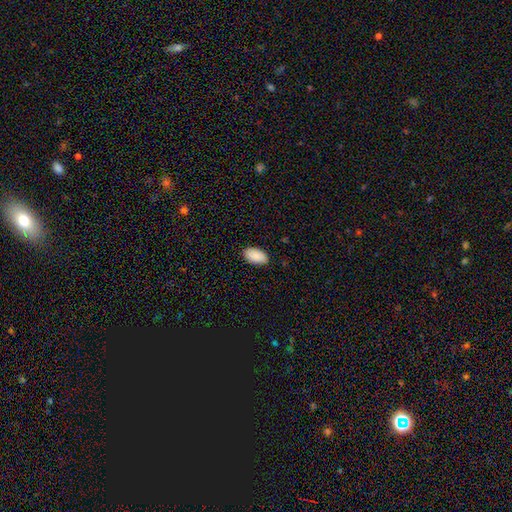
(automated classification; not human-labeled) smooth_or_featured: smooth (p=0.88) [alt: star or artifact p=0.06]
how_rounded: in between (p=0.95) [alt: round p=0.03]
merging: none (p=0.88) [alt: minor disturbance p=0.09]